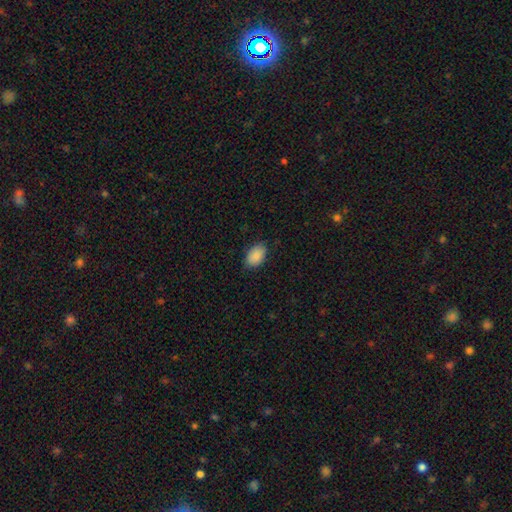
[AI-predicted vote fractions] The model was most divided on "merging": none: 85%, minor disturbance: 12%, major disturbance: 2%, merger: 1%. More confident: how rounded — in between (90%); smooth or featured — smooth (89%).